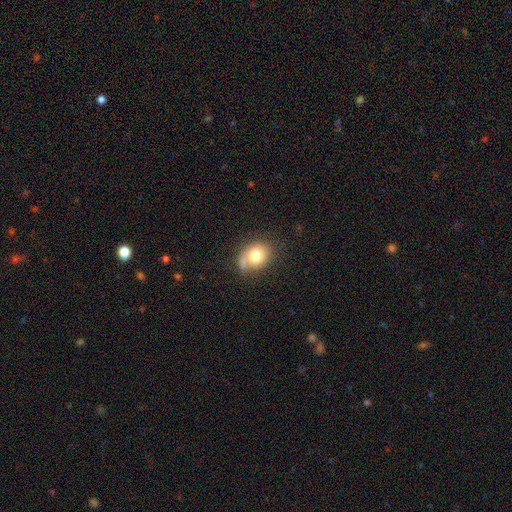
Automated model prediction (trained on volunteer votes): smooth_or_featured: smooth (p=0.76) [alt: featured or disk p=0.15]
how_rounded: in between (p=0.52) [alt: round p=0.47]
merging: none (p=0.53) [alt: minor disturbance p=0.25]